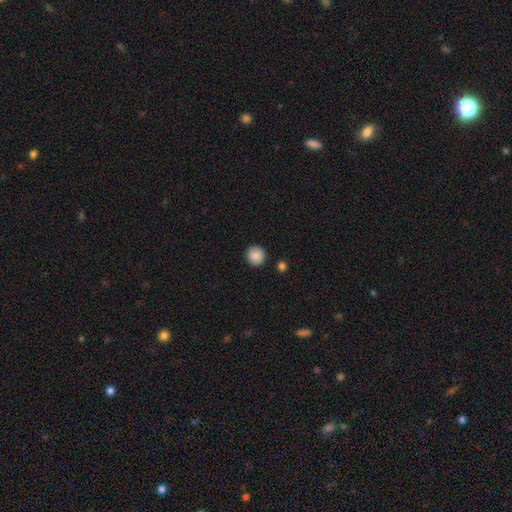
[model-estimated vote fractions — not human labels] This is clearly a smooth galaxy (88%). How rounded: clearly round (94%). Merging: clearly none (90%).